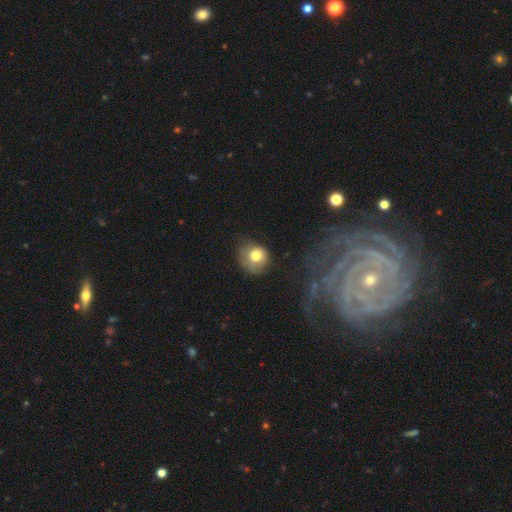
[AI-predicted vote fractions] smooth_or_featured: smooth (p=0.73) [alt: featured or disk p=0.17]
how_rounded: round (p=0.78) [alt: in between p=0.21]
merging: none (p=0.53) [alt: minor disturbance p=0.31]